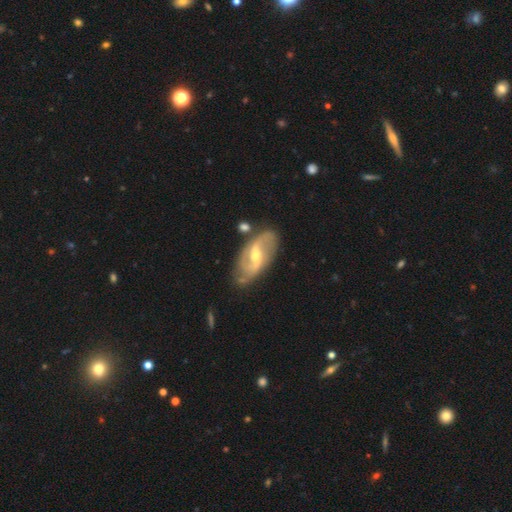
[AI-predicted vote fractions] Q: Smooth or featured?
A: featured or disk (84%); runner-up: smooth (11%)
Q: Edge-on disk?
A: no (95%); runner-up: yes (5%)
Q: Bar?
A: weak (46%); runner-up: strong (37%)
Q: Spiral arms?
A: yes (92%); runner-up: no (8%)
Q: Spiral winding?
A: loose (44%); runner-up: medium (38%)
Q: Spiral arm count?
A: 2 (87%); runner-up: can't tell (6%)
Q: Bulge size?
A: moderate (56%); runner-up: small (39%)
Q: Merging?
A: none (76%); runner-up: minor disturbance (16%)